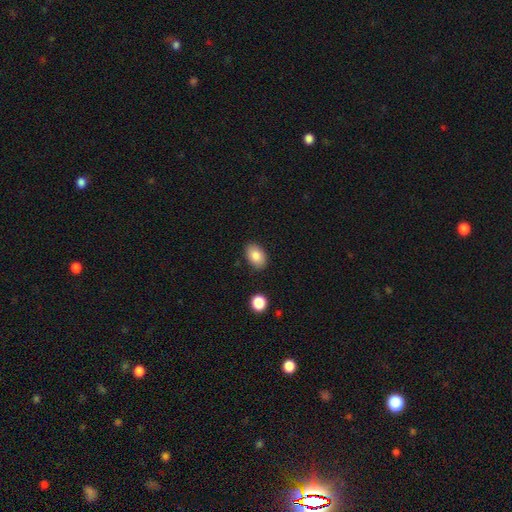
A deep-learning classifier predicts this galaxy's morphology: Smooth or featured? Predicted: smooth (p=0.84). How rounded? Predicted: in between (p=0.88). Merging? Predicted: none (p=0.86).